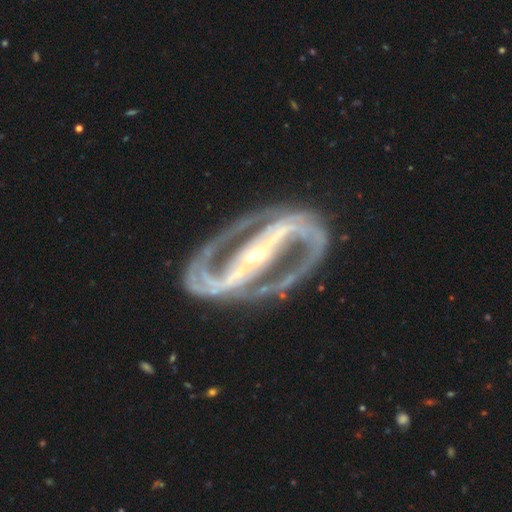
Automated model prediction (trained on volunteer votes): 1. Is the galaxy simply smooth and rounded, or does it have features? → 93% featured or disk, 4% star or artifact, 3% smooth.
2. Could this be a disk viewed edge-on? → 95% no, 5% yes.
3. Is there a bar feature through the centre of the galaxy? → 81% strong, 11% weak, 8% no.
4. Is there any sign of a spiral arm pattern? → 96% yes, 4% no.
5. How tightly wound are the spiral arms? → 52% medium, 34% tight, 14% loose.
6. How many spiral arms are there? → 94% 2, 2% can't tell, 1% 3, 1% 1, 1% 4, 1% more than 4.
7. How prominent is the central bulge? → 71% small, 24% moderate, 3% large, 1% none, 1% dominant.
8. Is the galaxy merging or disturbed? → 79% none, 12% minor disturbance, 7% major disturbance, 2% merger.